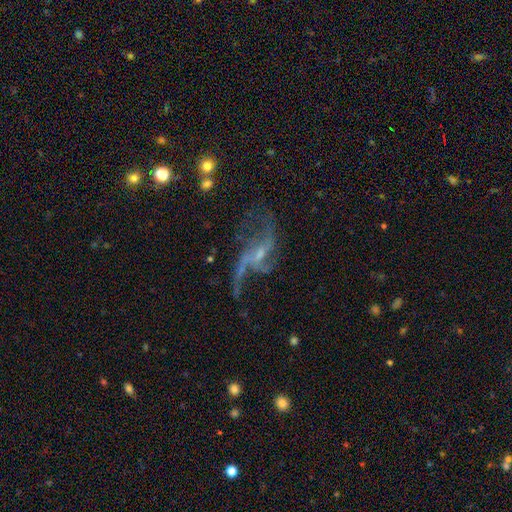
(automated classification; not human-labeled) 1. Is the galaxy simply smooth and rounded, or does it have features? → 83% featured or disk, 10% star or artifact, 7% smooth.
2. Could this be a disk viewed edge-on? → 95% no, 5% yes.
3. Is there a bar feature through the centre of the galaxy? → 47% no, 38% weak, 15% strong.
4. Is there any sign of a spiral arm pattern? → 88% yes, 12% no.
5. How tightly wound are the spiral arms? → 85% loose, 12% medium, 3% tight.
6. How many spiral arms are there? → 57% 2, 14% 3, 11% can't tell, 8% 1, 6% 4, 4% more than 4.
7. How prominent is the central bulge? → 65% small, 20% moderate, 12% none, 2% large, 1% dominant.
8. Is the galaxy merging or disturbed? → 44% none, 32% major disturbance, 18% minor disturbance, 6% merger.